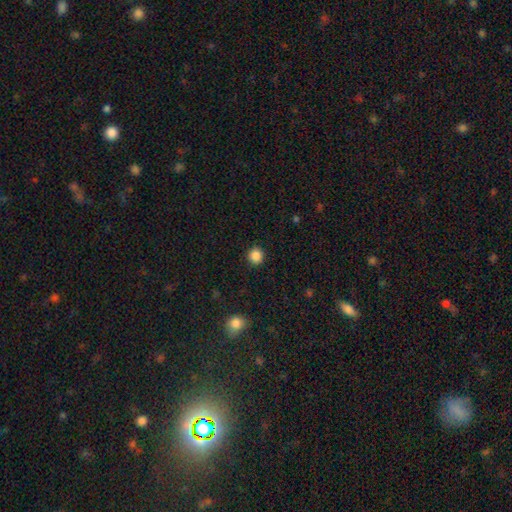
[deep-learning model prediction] smooth-or-featured: smooth: 86% | star or artifact: 10% | featured or disk: 3%
  how-rounded: round: 91% | in between: 8% | cigar-shaped: 1%
  merging: none: 92% | minor disturbance: 5% | major disturbance: 2% | merger: 1%